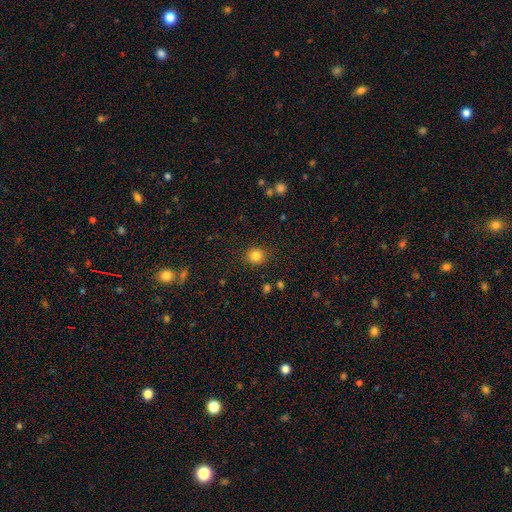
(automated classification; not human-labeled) Q: Smooth or featured?
A: smooth (83%); runner-up: star or artifact (12%)
Q: How rounded?
A: round (84%); runner-up: in between (15%)
Q: Merging?
A: none (89%); runner-up: minor disturbance (8%)